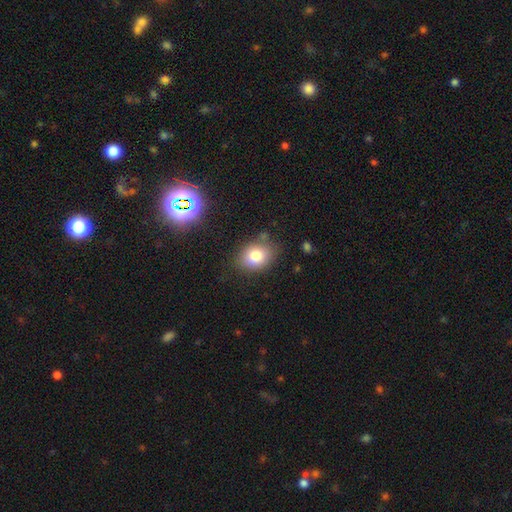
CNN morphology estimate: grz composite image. It shows a smooth galaxy with no disk features (79%) that is in between round and cigar-shaped (60%). Merging: none (78%).